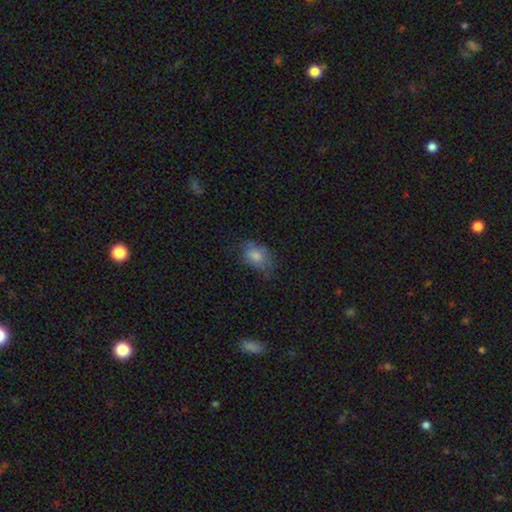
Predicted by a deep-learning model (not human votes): This appears to be a smooth galaxy with no disk features (76%) that is in between round and cigar-shaped (75%). Merging: none (56%).